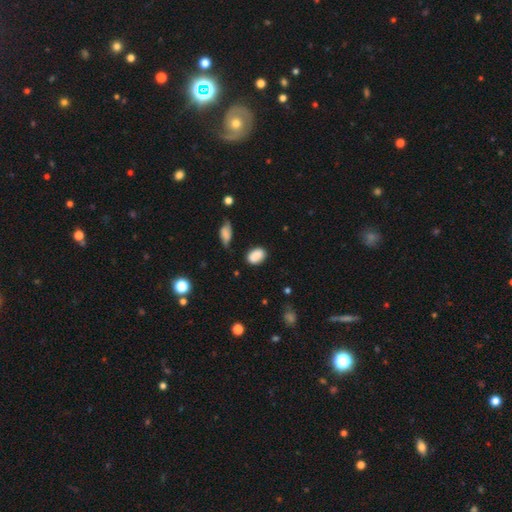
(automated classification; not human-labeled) A smooth galaxy with no disk features (87%) that is in between round and cigar-shaped (83%).

Vote fractions:
- Smooth or featured? smooth: 87% / star or artifact: 9% / featured or disk: 5%
- How rounded? in between: 83% / round: 16% / cigar-shaped: 1%
- Merging? none: 74% / minor disturbance: 19% / major disturbance: 4% / merger: 3%